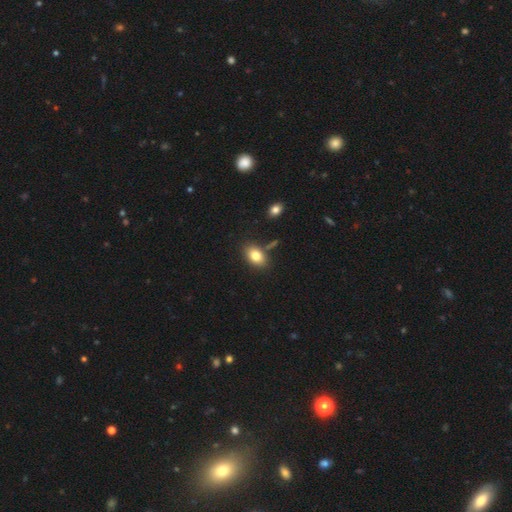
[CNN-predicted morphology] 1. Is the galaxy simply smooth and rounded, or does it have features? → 81% smooth, 10% featured or disk, 9% star or artifact.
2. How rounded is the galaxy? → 84% in between, 15% round, 1% cigar-shaped.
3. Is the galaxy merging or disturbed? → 79% none, 12% minor disturbance, 6% merger, 3% major disturbance.